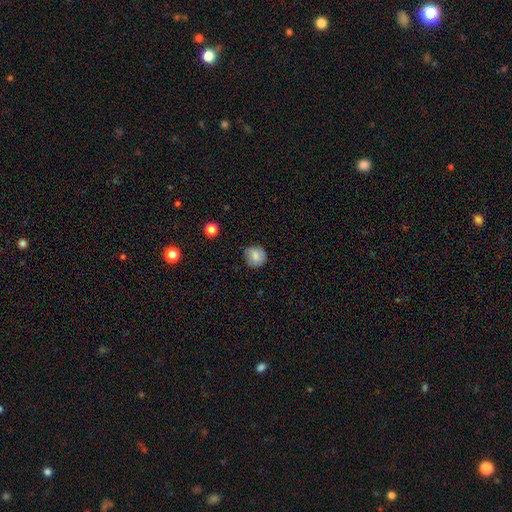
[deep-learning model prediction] Smooth or featured? Predicted: smooth (p=0.78). How rounded? Predicted: round (p=0.89). Merging? Predicted: none (p=0.79).